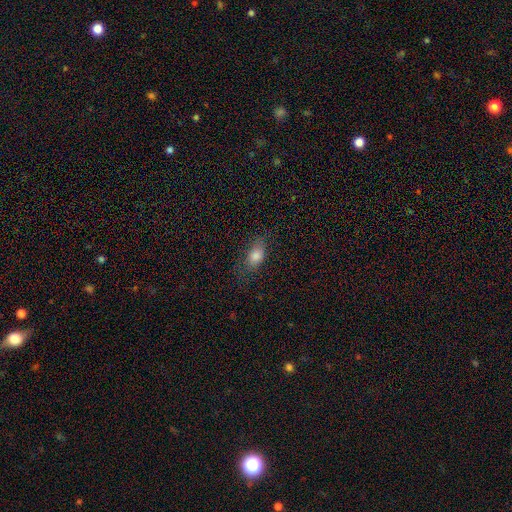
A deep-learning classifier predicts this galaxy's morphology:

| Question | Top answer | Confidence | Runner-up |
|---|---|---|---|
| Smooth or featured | smooth | 79% | featured or disk (12%) |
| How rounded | in between | 83% | cigar-shaped (8%) |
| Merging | none | 69% | minor disturbance (21%) |